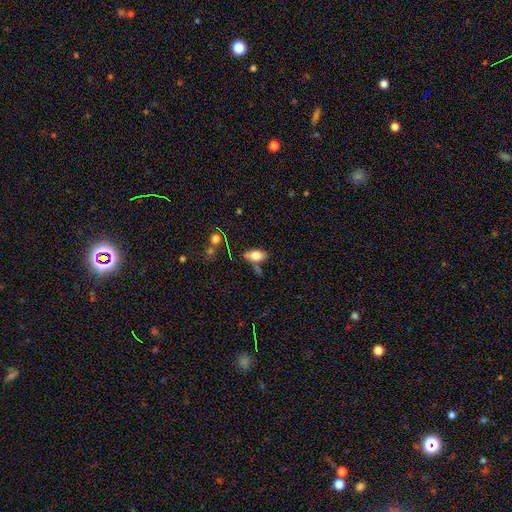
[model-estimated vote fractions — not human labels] Smooth or featured?
  - smooth: 74% *
  - featured or disk: 18%
  - star or artifact: 9%
How rounded?
  - in between: 88% *
  - cigar-shaped: 6%
  - round: 5%
Merging?
  - none: 59% *
  - minor disturbance: 20%
  - merger: 14%
  - major disturbance: 7%